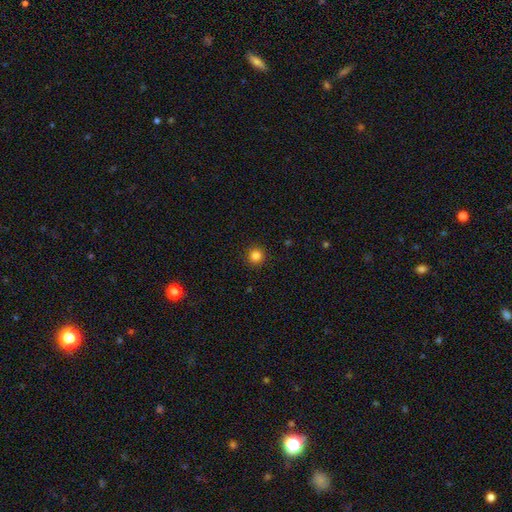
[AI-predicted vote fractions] Smooth or featured? smooth (84%)
How rounded? round (95%)
Merging? none (92%)